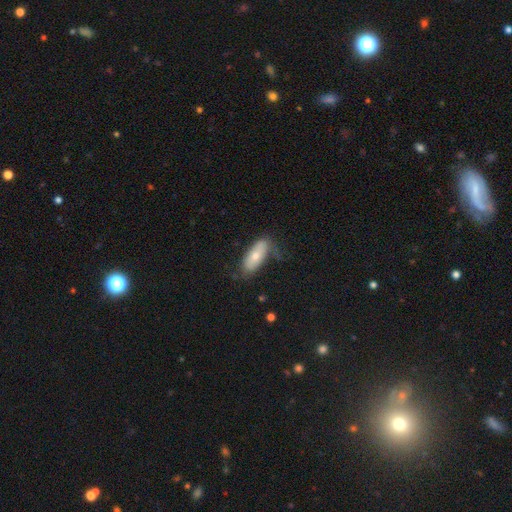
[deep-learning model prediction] Morphology: type=smooth (68%); roundness=in between (78%); merging=none (61%).